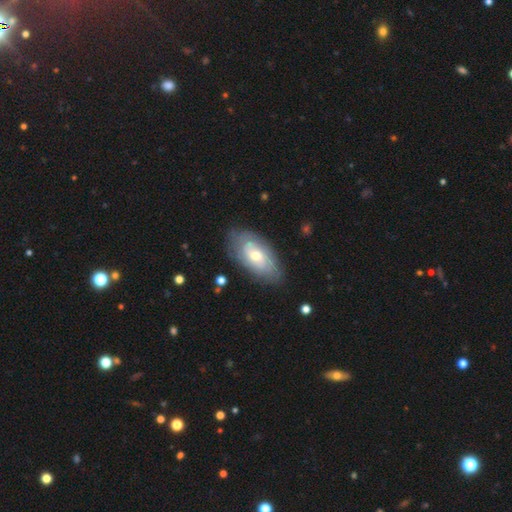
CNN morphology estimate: type=featured or disk (58%); edge-on=no (90%); bar=no (75%); spiral arms=yes (67%); bulge=moderate (55%); merging=none (77%).